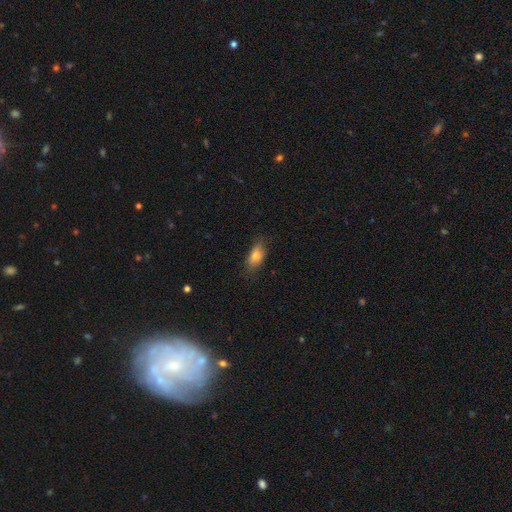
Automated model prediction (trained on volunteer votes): A smooth galaxy with no disk features (76%) that is in between round and cigar-shaped (80%). Merging: none (75%).